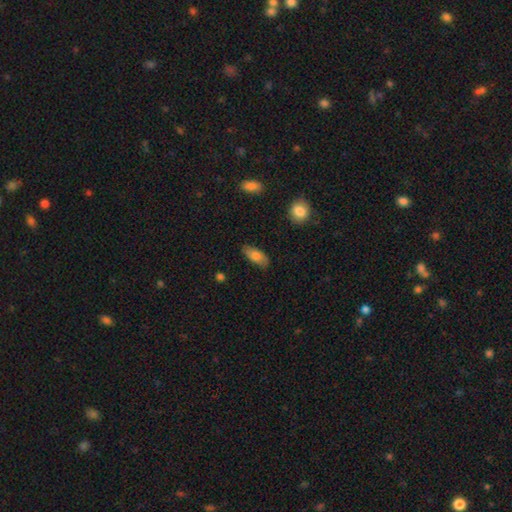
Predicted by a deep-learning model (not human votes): smooth 79%, featured or disk 14%, star or artifact 7%. Down the decision tree: how rounded — in between (86%); merging — none (82%).